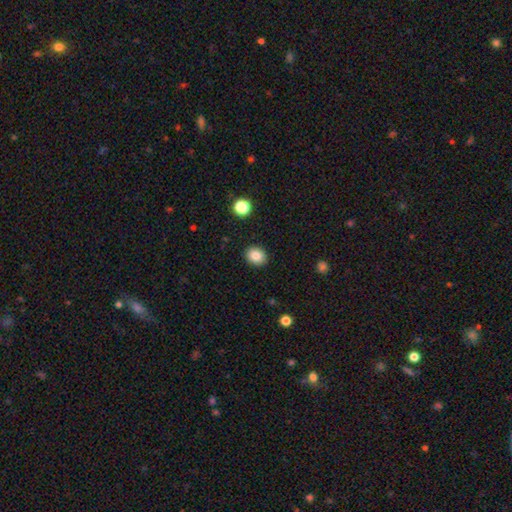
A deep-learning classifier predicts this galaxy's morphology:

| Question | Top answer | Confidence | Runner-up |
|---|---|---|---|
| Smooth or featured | smooth | 86% | star or artifact (9%) |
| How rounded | round | 55% | in between (45%) |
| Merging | none | 90% | minor disturbance (7%) |